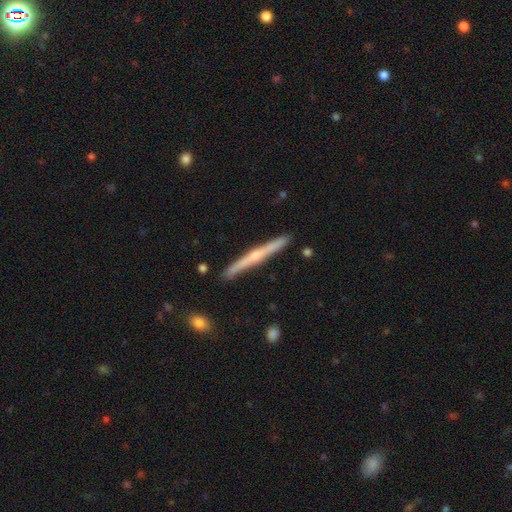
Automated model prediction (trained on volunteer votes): Smooth or featured? Predicted: featured or disk (p=0.66). Edge-on disk? Predicted: yes (p=0.98). Edge-on bulge? Predicted: rounded (p=0.67). Merging? Predicted: none (p=0.90).